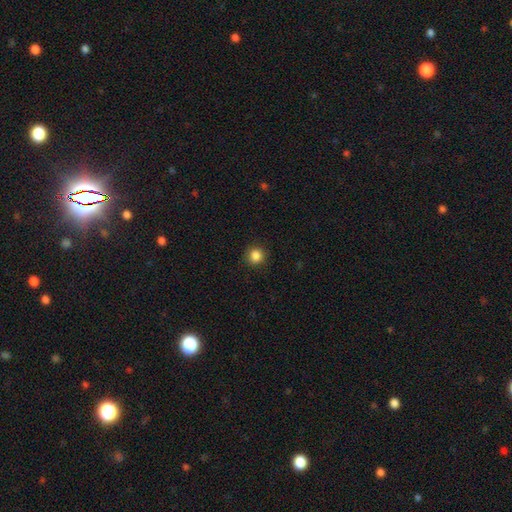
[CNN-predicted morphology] Smooth or featured: smooth — 86% (star or artifact — 11%)
How rounded: round — 91% (in between — 8%)
Merging: none — 91% (minor disturbance — 6%)